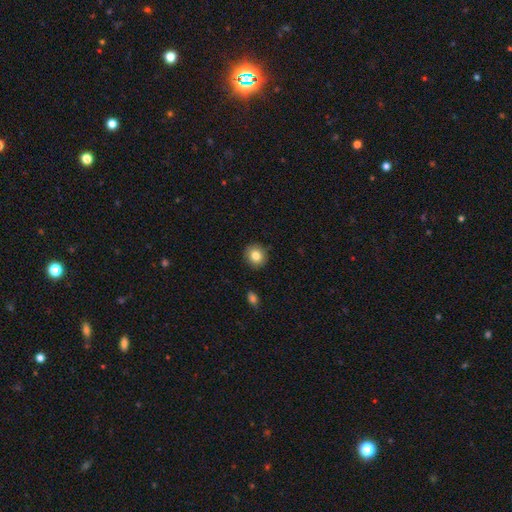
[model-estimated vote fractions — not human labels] The model was most divided on "smooth or featured": smooth: 82%, star or artifact: 9%, featured or disk: 8%. More confident: merging — none (90%); how rounded — round (88%).